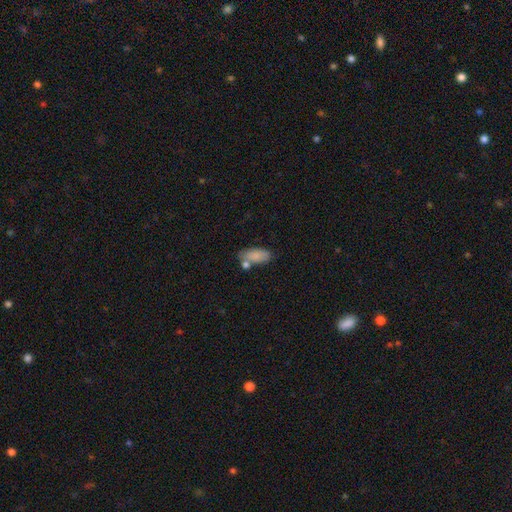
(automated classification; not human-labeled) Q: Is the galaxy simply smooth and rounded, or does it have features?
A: smooth — 84%.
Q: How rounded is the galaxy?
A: in between — 87%.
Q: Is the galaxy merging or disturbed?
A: none — 54%.